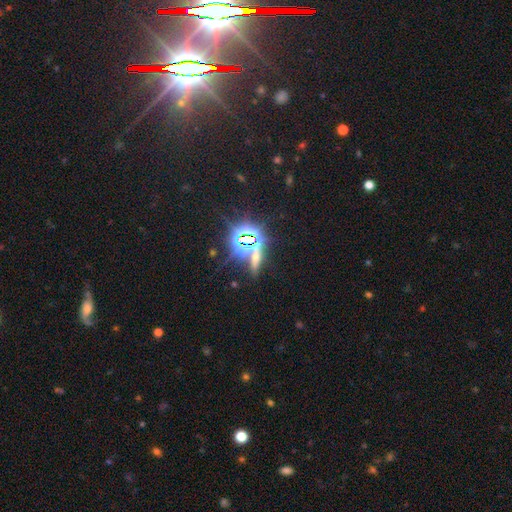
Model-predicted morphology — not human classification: star or artifact 58%, smooth 25%, featured or disk 17%.